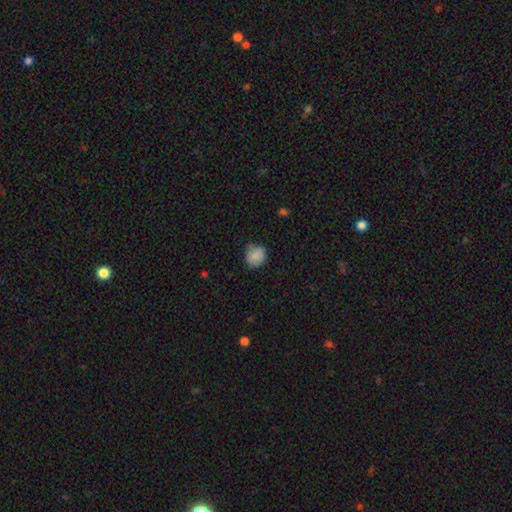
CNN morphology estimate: Smooth or featured: smooth — 85% (star or artifact — 9%)
How rounded: round — 73% (in between — 26%)
Merging: none — 67% (minor disturbance — 25%)